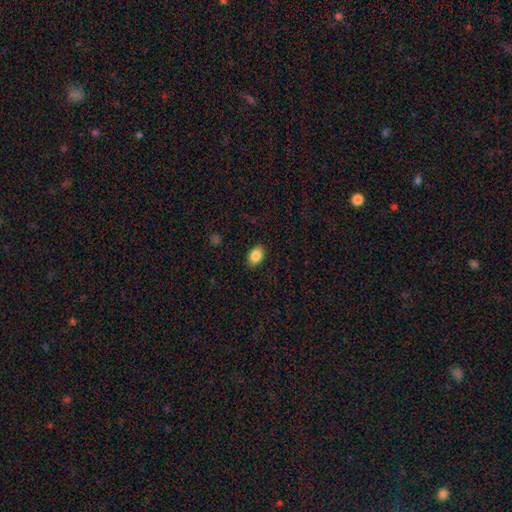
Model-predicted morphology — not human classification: smooth-or-featured: smooth: 85% | star or artifact: 8% | featured or disk: 6%
  how-rounded: in between: 83% | round: 16% | cigar-shaped: 1%
  merging: none: 88% | minor disturbance: 9% | major disturbance: 2% | merger: 1%